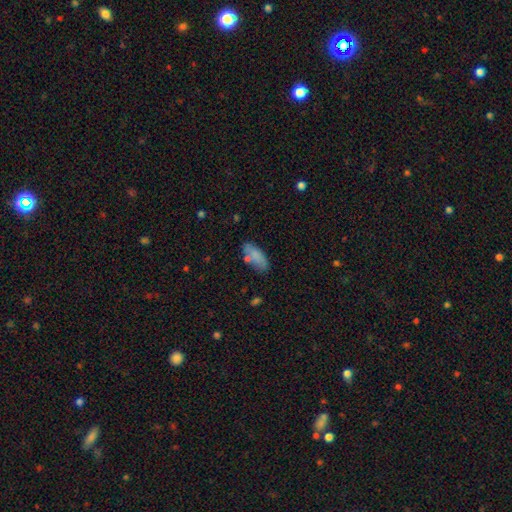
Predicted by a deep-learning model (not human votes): smooth_or_featured: smooth (p=0.80) [alt: featured or disk p=0.13]
how_rounded: in between (p=0.83) [alt: cigar-shaped p=0.15]
merging: none (p=0.67) [alt: minor disturbance p=0.19]